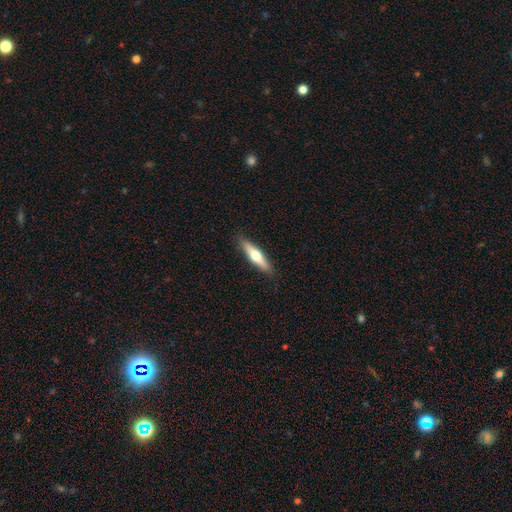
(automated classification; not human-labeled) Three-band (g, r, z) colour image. It shows a smooth galaxy with no disk features (50%). Merging: none (89%).